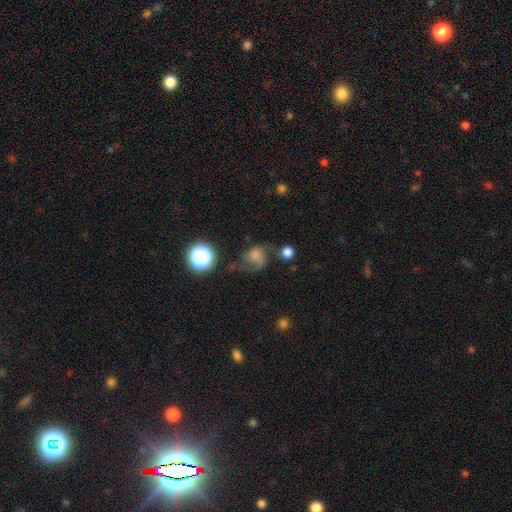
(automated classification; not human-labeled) Smooth or featured? smooth (55%)
How rounded? round (67%)
Merging? major disturbance (36%)